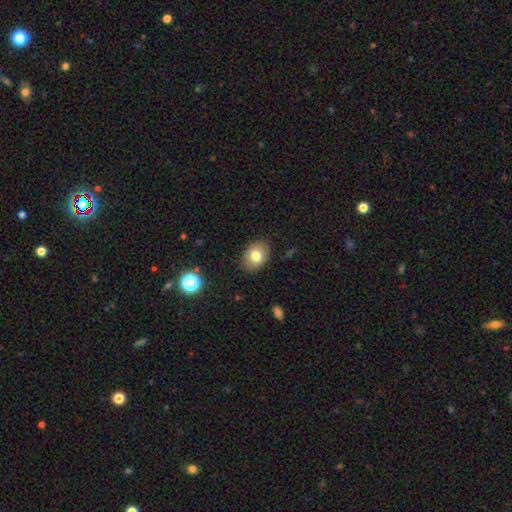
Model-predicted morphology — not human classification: This is likely a smooth galaxy (78%). How rounded: likely in between (70%). Merging: clearly none (85%).